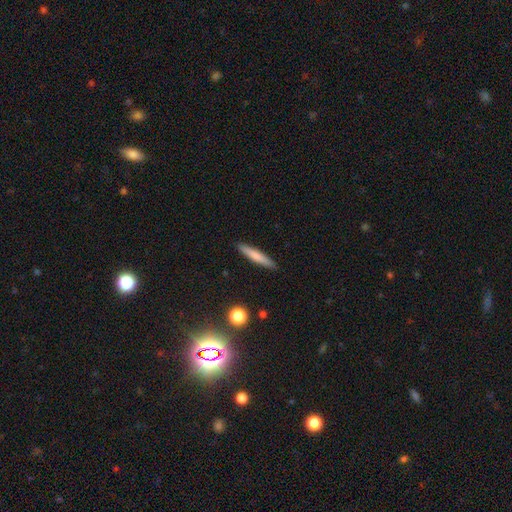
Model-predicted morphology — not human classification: Overall: smooth (69%). How rounded: cigar-shaped (93%). Merging: none (91%).